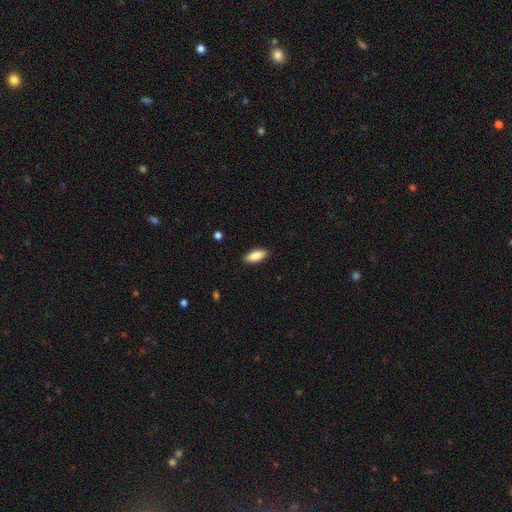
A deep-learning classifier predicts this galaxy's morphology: smooth-or-featured: smooth: 88% | featured or disk: 6% | star or artifact: 6%
  how-rounded: in between: 79% | cigar-shaped: 19% | round: 2%
  merging: none: 89% | minor disturbance: 8% | major disturbance: 2% | merger: 1%